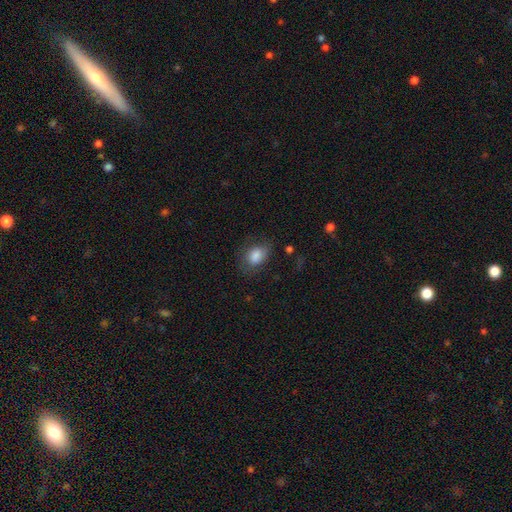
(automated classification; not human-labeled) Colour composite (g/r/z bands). It shows a smooth galaxy with no disk features (83%) that is in between round and cigar-shaped (75%). Merging: none (63%).